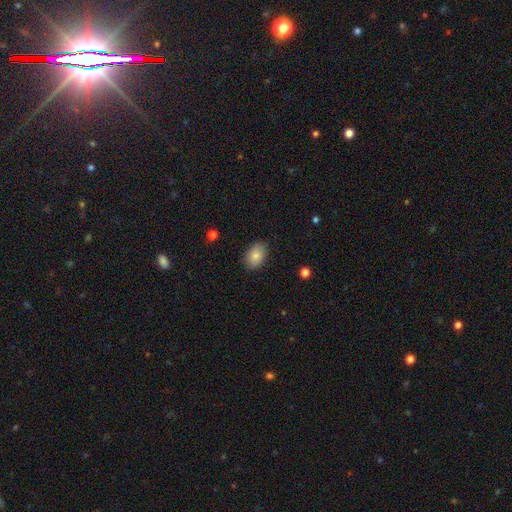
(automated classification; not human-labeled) smooth-or-featured: smooth: 84% | featured or disk: 9% | star or artifact: 8%
  how-rounded: in between: 85% | round: 14% | cigar-shaped: 1%
  merging: none: 85% | minor disturbance: 11% | major disturbance: 2% | merger: 1%